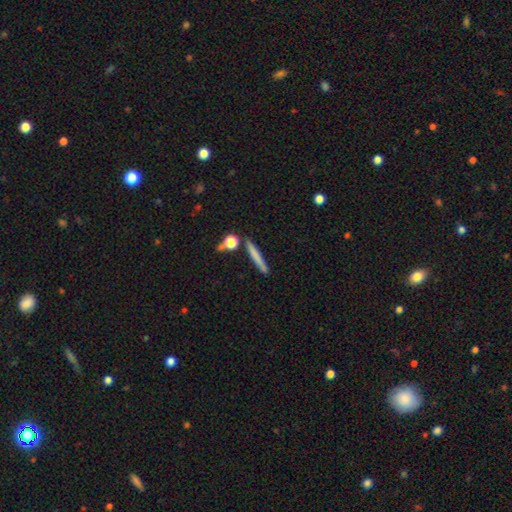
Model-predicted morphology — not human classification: This appears to be a smooth galaxy with no disk features (68%) that is cigar-shaped (92%). Merging: none (78%).